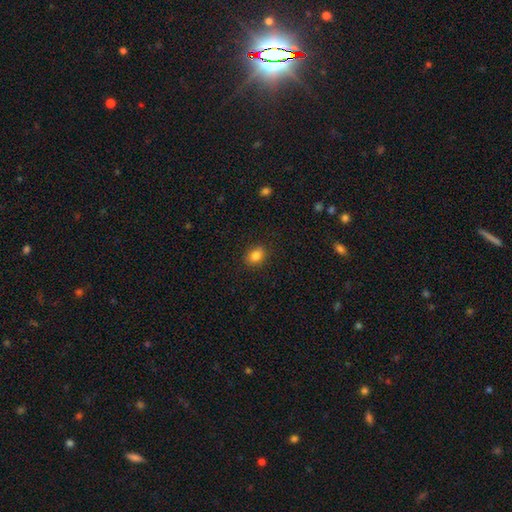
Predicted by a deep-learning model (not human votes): Smooth or featured: smooth — 84% (star or artifact — 10%)
How rounded: in between — 64% (round — 35%)
Merging: none — 88% (minor disturbance — 9%)